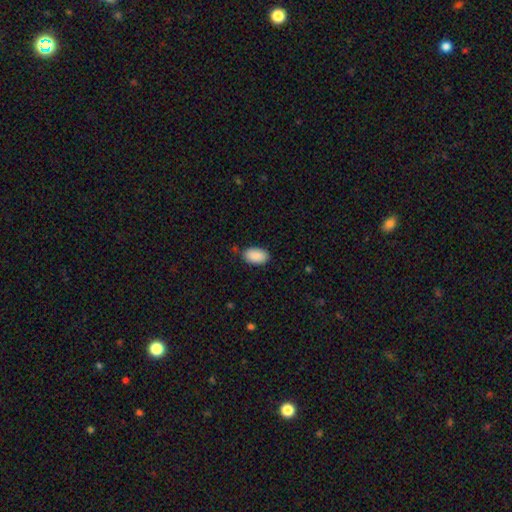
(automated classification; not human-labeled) smooth 91%, star or artifact 6%, featured or disk 3%. Down the decision tree: how rounded — in between (94%); merging — none (82%).